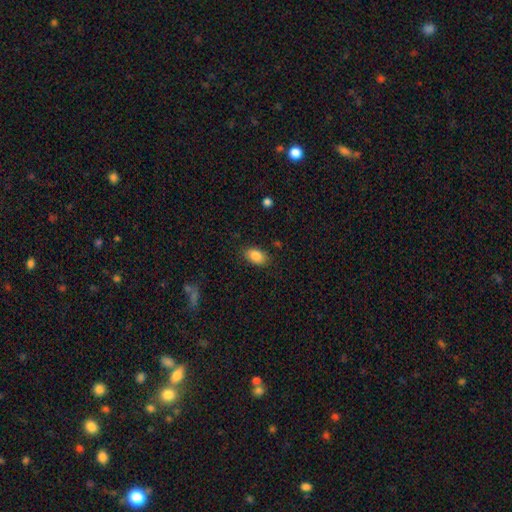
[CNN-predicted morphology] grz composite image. It shows a smooth galaxy with no disk features (86%) that is in between round and cigar-shaped (90%). Merging: none (85%).